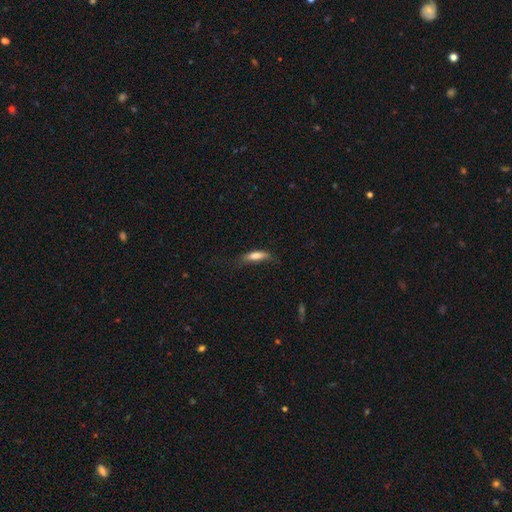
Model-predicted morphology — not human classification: Smooth or featured? smooth (78%)
How rounded? cigar-shaped (51%)
Merging? none (47%)